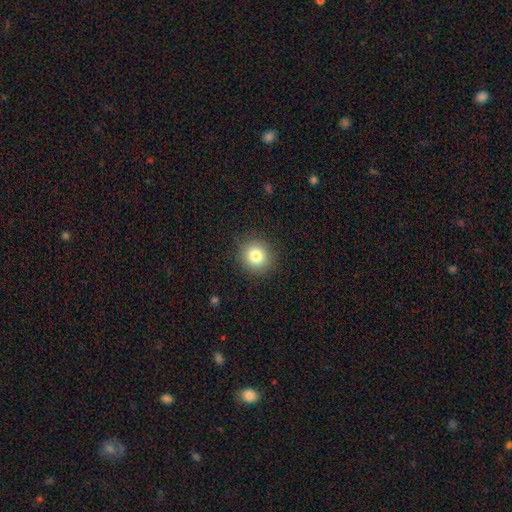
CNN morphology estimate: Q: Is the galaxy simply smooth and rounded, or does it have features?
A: smooth — 81%.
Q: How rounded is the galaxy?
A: round — 88%.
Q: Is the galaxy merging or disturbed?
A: none — 90%.